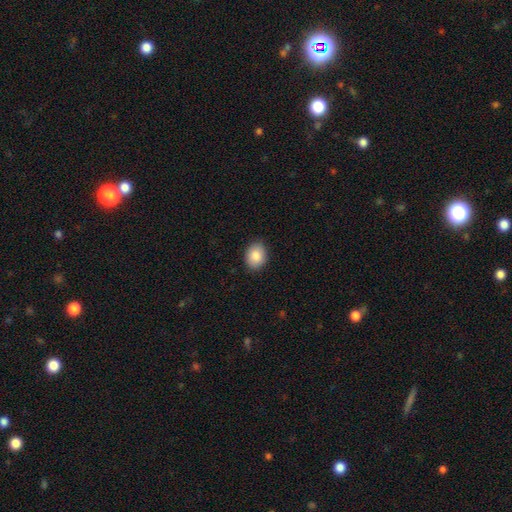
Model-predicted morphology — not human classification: Overall: smooth (87%). How rounded: in between (60%; round 40%). Merging: none (88%).